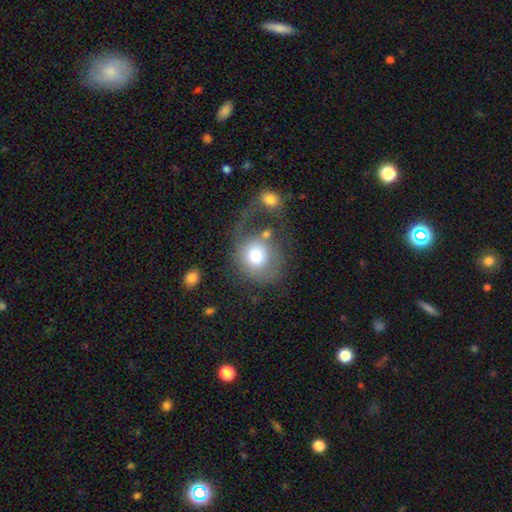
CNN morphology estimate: A smooth galaxy with no disk features (63%) that is round (75%). Merging: major disturbance (35%).